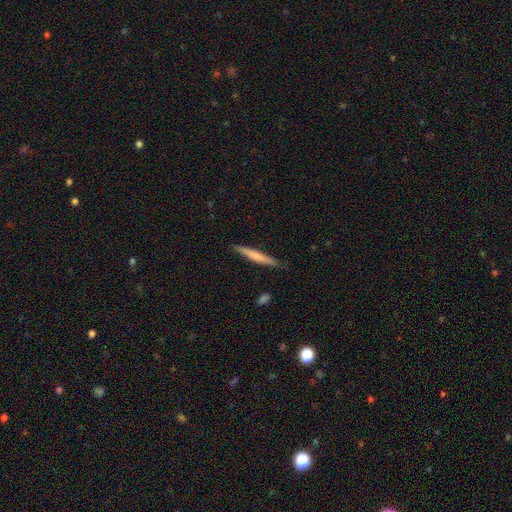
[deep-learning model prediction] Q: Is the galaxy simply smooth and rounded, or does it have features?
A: smooth — 64%.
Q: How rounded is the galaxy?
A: cigar-shaped — 95%.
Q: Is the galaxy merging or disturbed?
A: none — 86%.